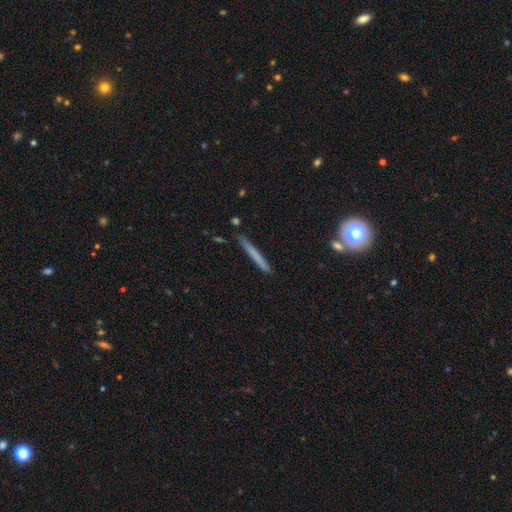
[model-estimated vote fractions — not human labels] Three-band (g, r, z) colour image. It shows a smooth galaxy with no disk features (62%) that is cigar-shaped (96%). Merging: none (85%).